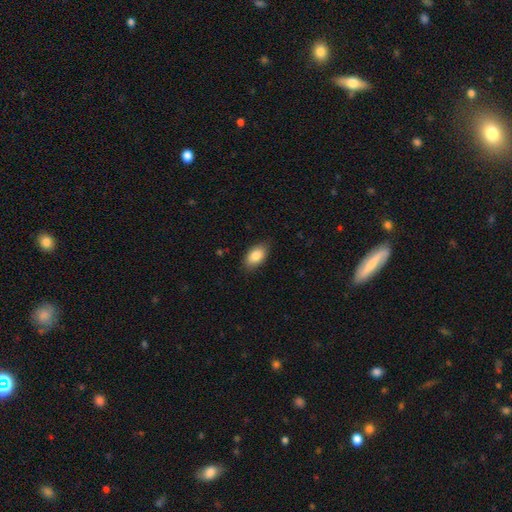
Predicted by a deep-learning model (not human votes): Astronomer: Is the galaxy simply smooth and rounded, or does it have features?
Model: smooth — 84%.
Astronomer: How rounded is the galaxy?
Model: in between — 92%.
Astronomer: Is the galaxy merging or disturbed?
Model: none — 84%.